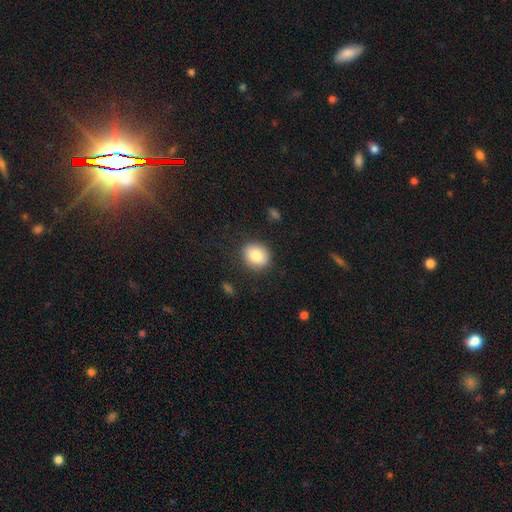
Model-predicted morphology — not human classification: This appears to be a smooth galaxy with no disk features (84%) that is round (67%). Merging: none (86%).